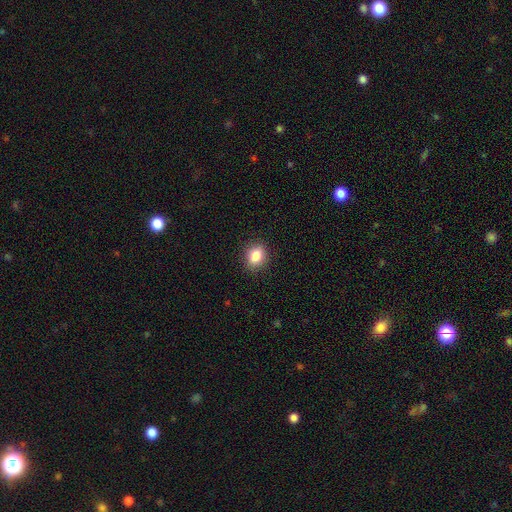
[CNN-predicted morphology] Smooth or featured? smooth (84%)
How rounded? in between (57%)
Merging? none (89%)